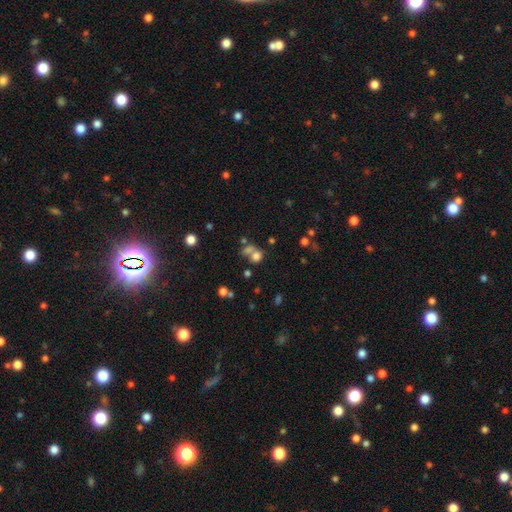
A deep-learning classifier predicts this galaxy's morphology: A smooth galaxy with no disk features (69%) that is round (64%).

Vote fractions:
- Smooth or featured? smooth: 69% / star or artifact: 18% / featured or disk: 13%
- How rounded? round: 64% / in between: 34% / cigar-shaped: 1%
- Merging? merger: 47% / none: 35% / minor disturbance: 9% / major disturbance: 8%